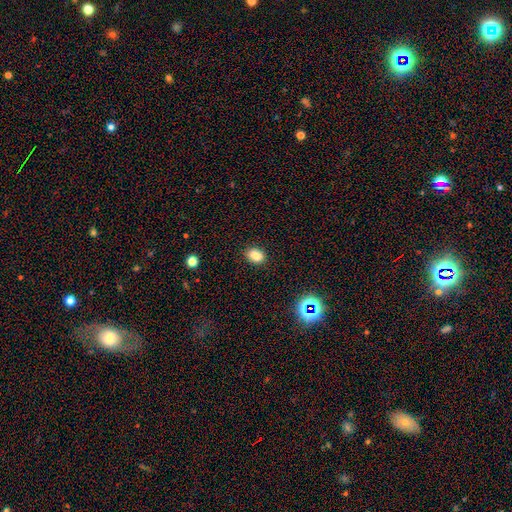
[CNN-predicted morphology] This is clearly a smooth galaxy (85%). How rounded: likely in between (74%). Merging: clearly none (87%).